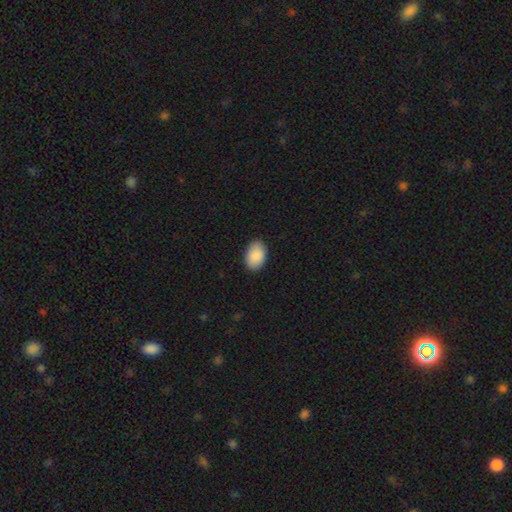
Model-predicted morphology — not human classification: Overall: smooth (91%). How rounded: in between (89%). Merging: none (88%).